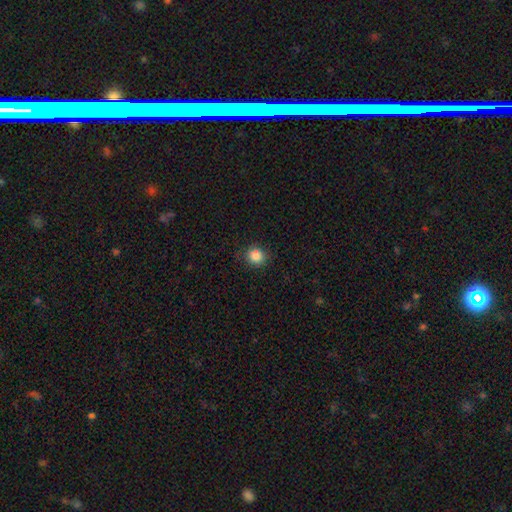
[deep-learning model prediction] smooth 83%, star or artifact 12%, featured or disk 5%. Down the decision tree: how rounded — round (85%); merging — none (81%).